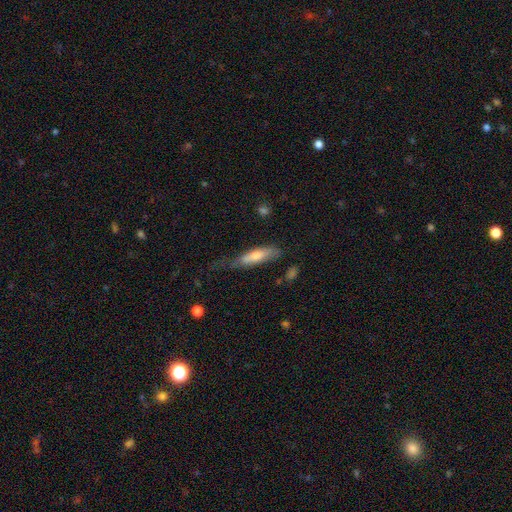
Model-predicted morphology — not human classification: A smooth galaxy with no disk features (62%) that is cigar-shaped (70%). Merging: none (39%).